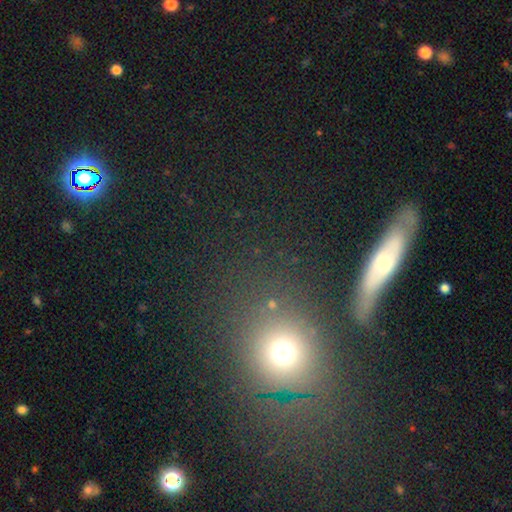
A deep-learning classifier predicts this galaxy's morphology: smooth 47%, star or artifact 35%, featured or disk 18%. Down the decision tree: merging — none (77%).